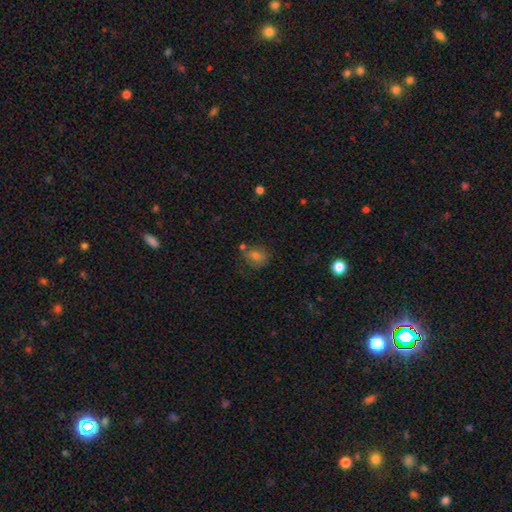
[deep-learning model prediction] smooth-or-featured: smooth: 65% | star or artifact: 19% | featured or disk: 16%
  how-rounded: round: 65% | in between: 34% | cigar-shaped: 1%
  merging: none: 64% | minor disturbance: 19% | merger: 10% | major disturbance: 7%